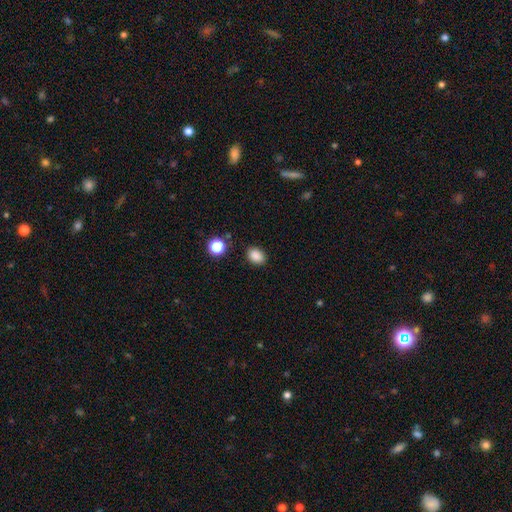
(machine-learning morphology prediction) The model was most divided on "how rounded": in between: 70%, round: 29%, cigar-shaped: 1%. More confident: smooth or featured — smooth (86%); merging — none (85%).